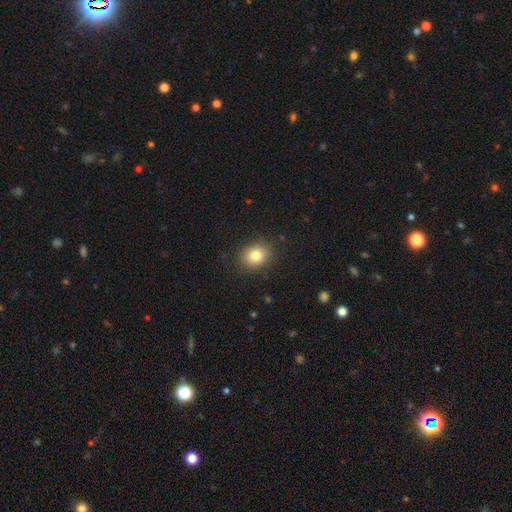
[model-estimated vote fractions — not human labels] Morphology: type=smooth (82%); roundness=round (59%); merging=none (88%).